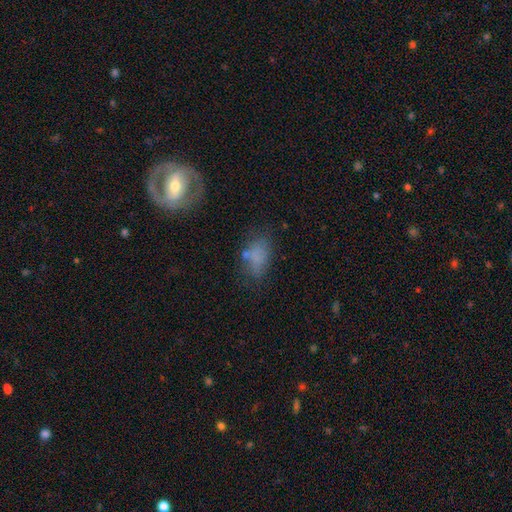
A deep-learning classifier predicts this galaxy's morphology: smooth-or-featured: smooth: 66% | featured or disk: 21% | star or artifact: 13%
  how-rounded: in between: 86% | round: 10% | cigar-shaped: 3%
  merging: none: 53% | minor disturbance: 23% | major disturbance: 16% | merger: 8%